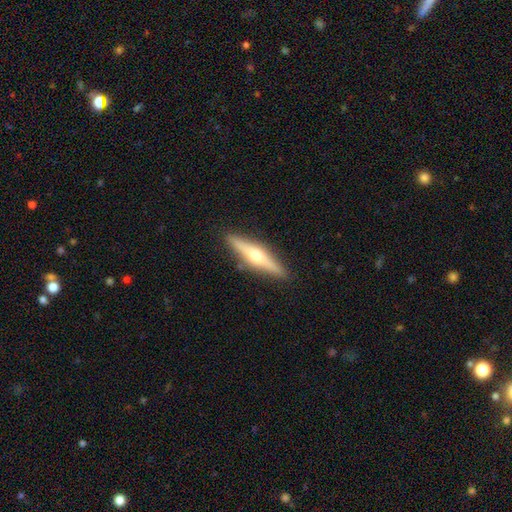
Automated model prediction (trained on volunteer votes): The model was most divided on "smooth or featured": featured or disk: 69%, smooth: 25%, star or artifact: 6%. More confident: edge-on disk — yes (96%); edge-on bulge — rounded (94%); merging — none (90%).